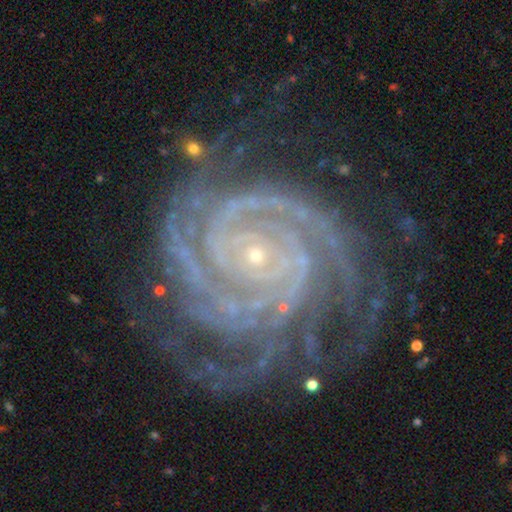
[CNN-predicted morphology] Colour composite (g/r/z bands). It shows a featured or disk galaxy (92%) with no bar (72%), 4 (28%) tight (84%) spiral arms (99%) and a small central bulge (89%). Merging: none (72%).